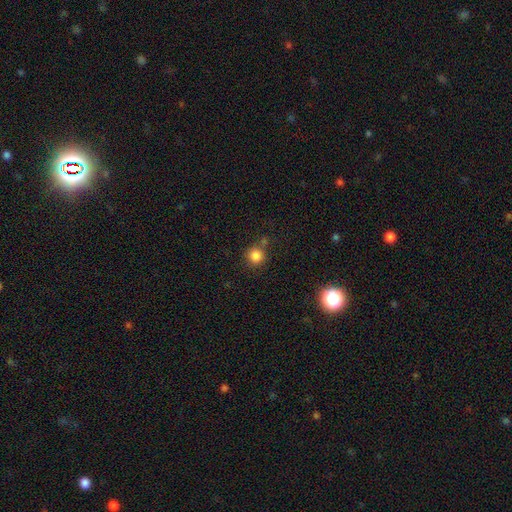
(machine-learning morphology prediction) Smooth or featured? smooth (84%)
How rounded? round (93%)
Merging? none (75%)